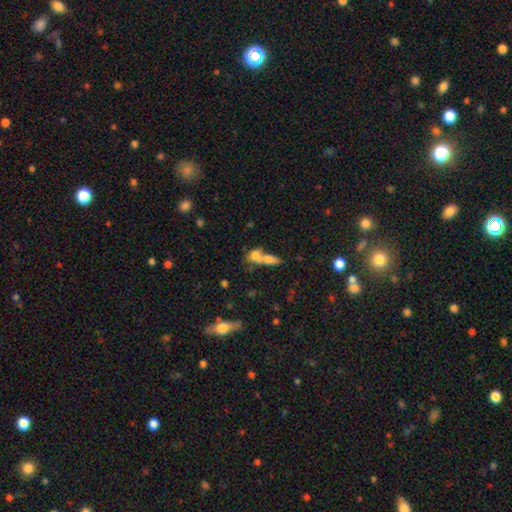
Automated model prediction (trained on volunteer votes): The model was most divided on "how rounded": in between: 59%, round: 28%, cigar-shaped: 13%. More confident: smooth or featured — smooth (70%); merging — merger (68%).